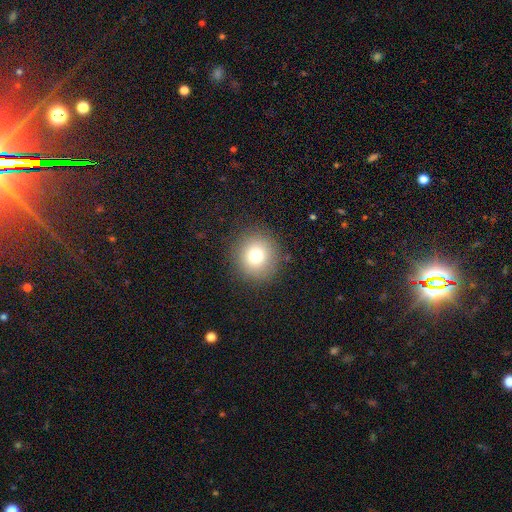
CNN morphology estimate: This is likely a smooth galaxy (77%). How rounded: clearly round (92%). Merging: clearly none (89%).